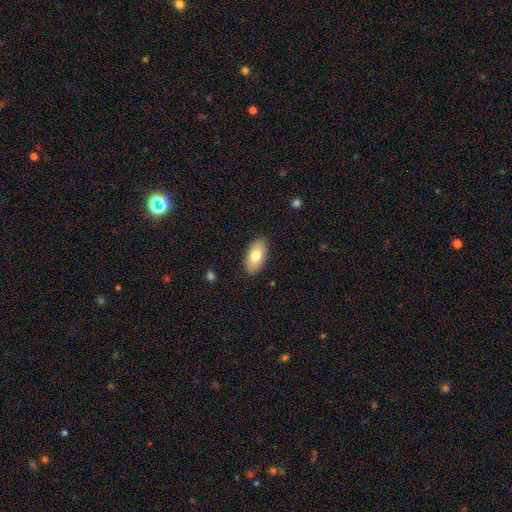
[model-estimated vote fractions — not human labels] Smooth or featured?
  - smooth: 75% *
  - featured or disk: 18%
  - star or artifact: 6%
How rounded?
  - in between: 94% *
  - cigar-shaped: 3%
  - round: 3%
Merging?
  - none: 88% *
  - minor disturbance: 9%
  - major disturbance: 2%
  - merger: 1%